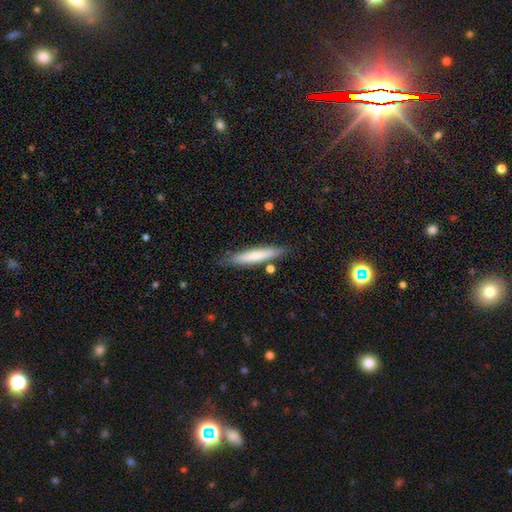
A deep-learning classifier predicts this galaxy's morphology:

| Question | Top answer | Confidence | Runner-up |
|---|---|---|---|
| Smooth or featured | smooth | 68% | featured or disk (26%) |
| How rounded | cigar-shaped | 91% | in between (8%) |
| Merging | none | 80% | minor disturbance (13%) |